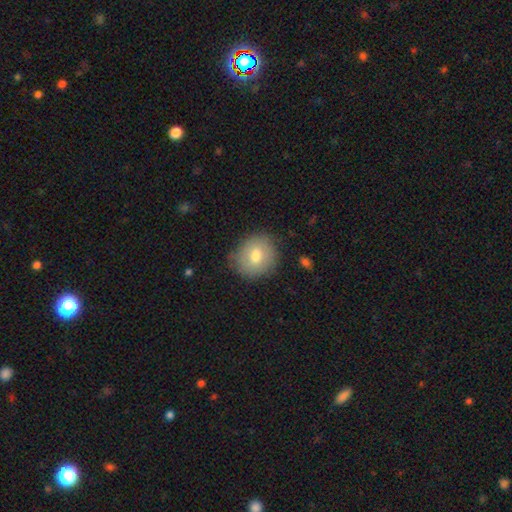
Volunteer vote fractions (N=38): Smooth or featured? smooth (66%)
How rounded? round (80%)
Merging? none (89%)